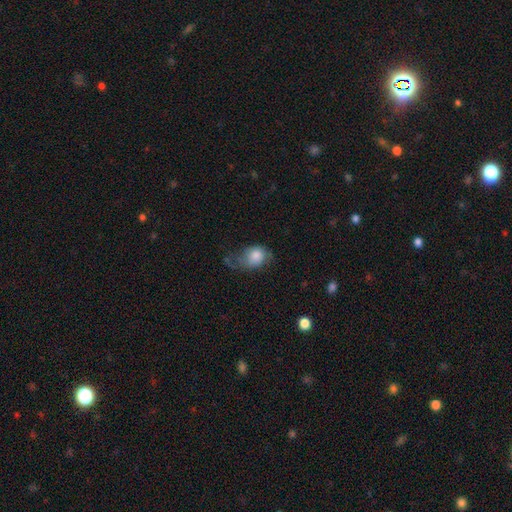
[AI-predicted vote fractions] smooth 70%, featured or disk 22%, star or artifact 8%. Down the decision tree: how rounded — in between (52%); merging — major disturbance (37%).